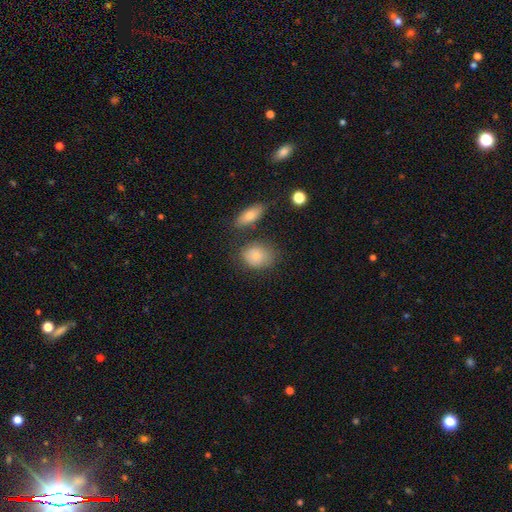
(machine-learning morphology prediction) Q: Smooth or featured?
A: smooth (78%); runner-up: featured or disk (13%)
Q: How rounded?
A: in between (50%); runner-up: round (48%)
Q: Merging?
A: none (65%); runner-up: minor disturbance (19%)